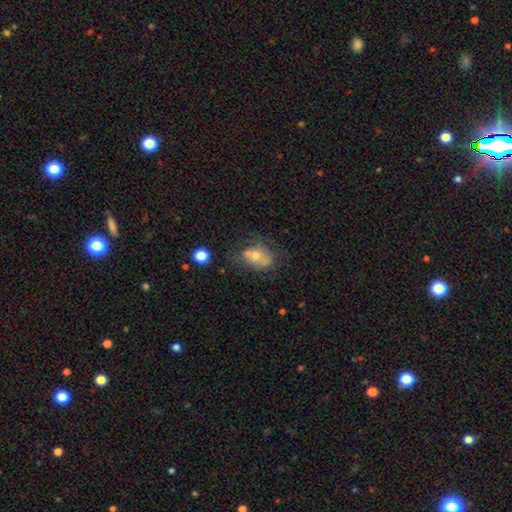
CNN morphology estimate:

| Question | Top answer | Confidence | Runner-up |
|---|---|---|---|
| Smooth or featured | smooth | 59% | featured or disk (29%) |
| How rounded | in between | 61% | round (38%) |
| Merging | none | 36% | merger (30%) |